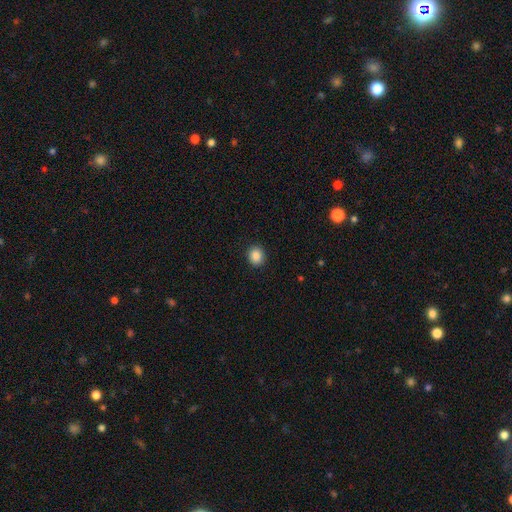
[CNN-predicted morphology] Q: Smooth or featured?
A: smooth (88%); runner-up: star or artifact (9%)
Q: How rounded?
A: round (73%); runner-up: in between (26%)
Q: Merging?
A: none (91%); runner-up: minor disturbance (6%)